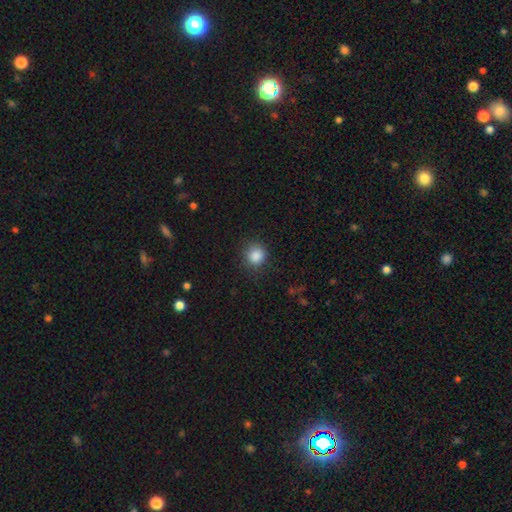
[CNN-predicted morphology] A smooth galaxy with no disk features (86%) that is round (86%). Merging: none (82%).